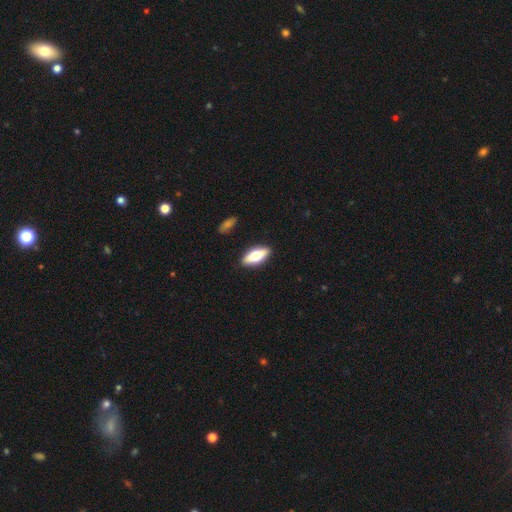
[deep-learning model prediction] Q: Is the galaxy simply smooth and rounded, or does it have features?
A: smooth — 57%.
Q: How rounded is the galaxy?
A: in between — 70%.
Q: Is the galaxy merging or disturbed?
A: none — 89%.